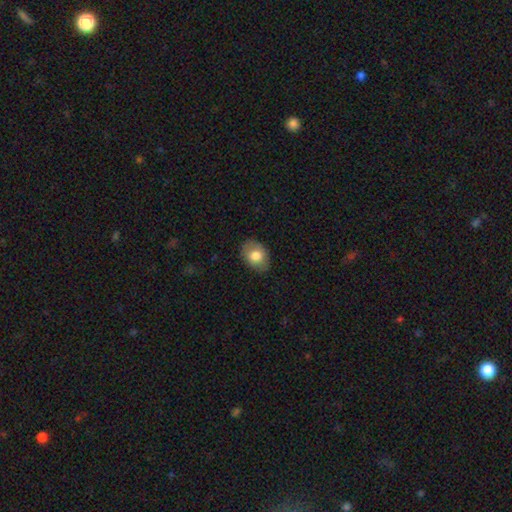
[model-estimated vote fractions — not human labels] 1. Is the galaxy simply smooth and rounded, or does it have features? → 77% smooth, 16% featured or disk, 7% star or artifact.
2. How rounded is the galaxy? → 75% in between, 24% round, 1% cigar-shaped.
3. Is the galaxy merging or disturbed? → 84% none, 12% minor disturbance, 3% major disturbance, 1% merger.